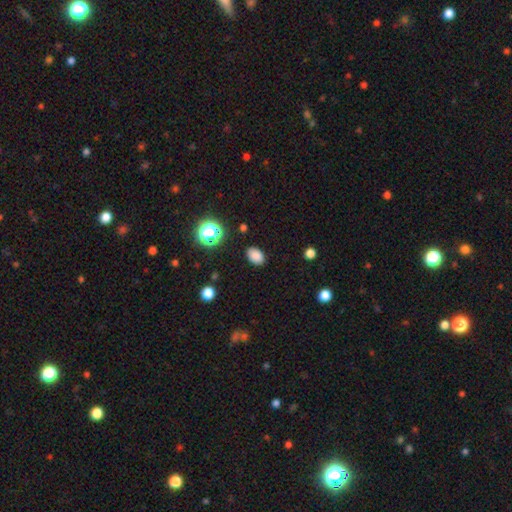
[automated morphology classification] Smooth or featured? smooth (84%)
How rounded? in between (81%)
Merging? none (87%)